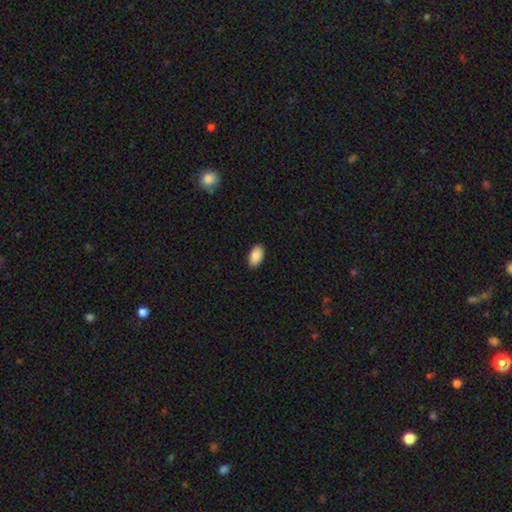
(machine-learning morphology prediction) A smooth galaxy with no disk features (90%) that is in between round and cigar-shaped (95%).

Vote fractions:
- Smooth or featured? smooth: 90% / star or artifact: 6% / featured or disk: 4%
- How rounded? in between: 95% / round: 4% / cigar-shaped: 2%
- Merging? none: 90% / minor disturbance: 7% / major disturbance: 2% / merger: 1%